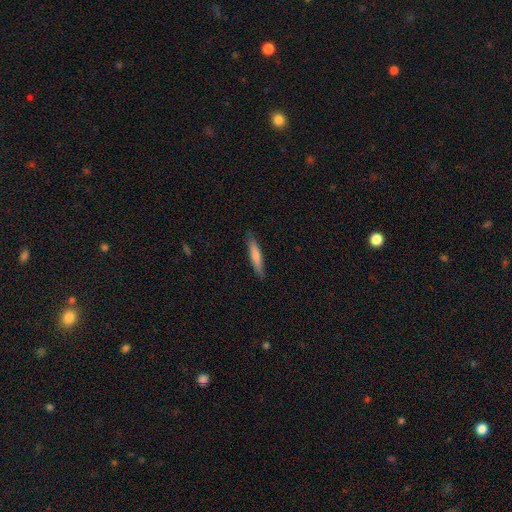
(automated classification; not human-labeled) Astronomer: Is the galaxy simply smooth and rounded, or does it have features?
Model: smooth — 74%.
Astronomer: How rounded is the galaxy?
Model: cigar-shaped — 90%.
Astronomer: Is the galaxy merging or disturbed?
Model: none — 85%.